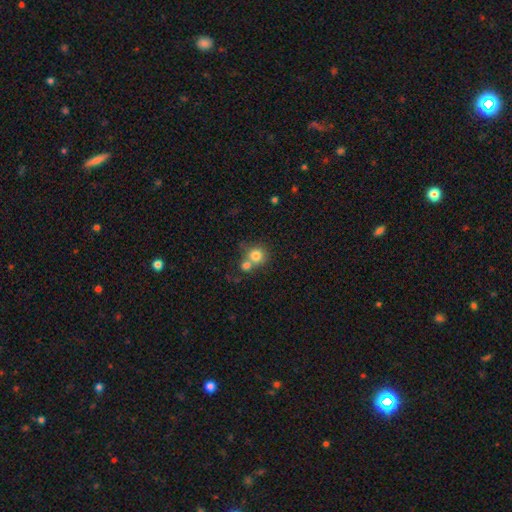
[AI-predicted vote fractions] This is likely a smooth galaxy (80%). How rounded: clearly round (88%). Merging: possibly none (48%).